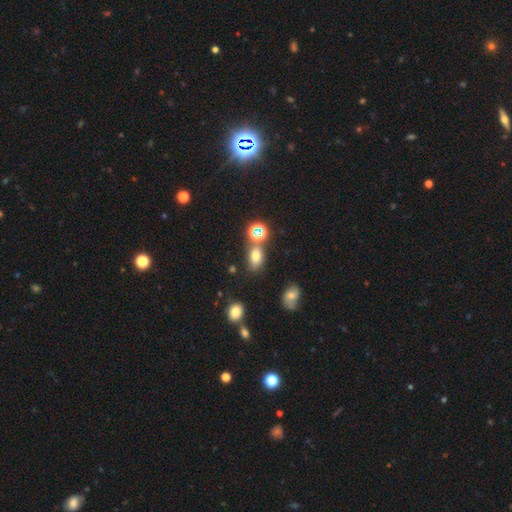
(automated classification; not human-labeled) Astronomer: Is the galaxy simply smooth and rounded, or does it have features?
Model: smooth — 69%.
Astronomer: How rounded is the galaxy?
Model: in between — 77%.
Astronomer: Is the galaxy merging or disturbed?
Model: none — 66%.